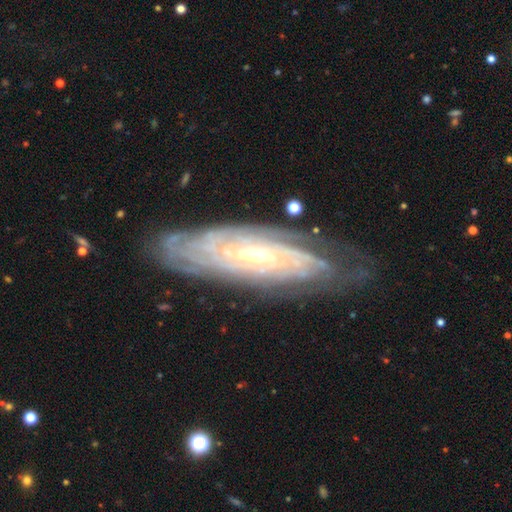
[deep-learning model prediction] A featured or disk galaxy (86%) with a weak bar (41%), tight (82%) spiral arms (96%) and a small central bulge (54%). Merging: none (77%).